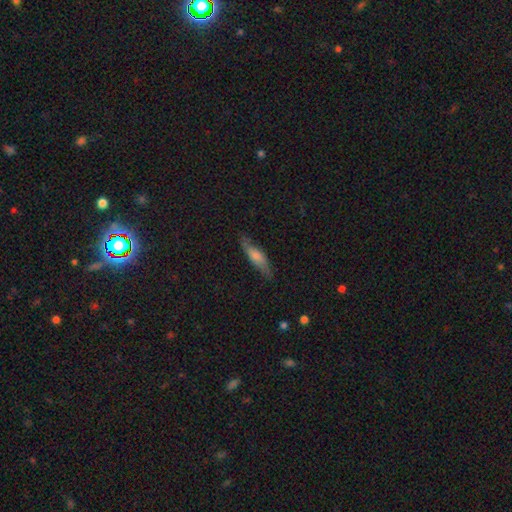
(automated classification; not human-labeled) This is possibly a smooth galaxy (52%). How rounded: likely cigar-shaped (70%). Merging: likely none (77%).